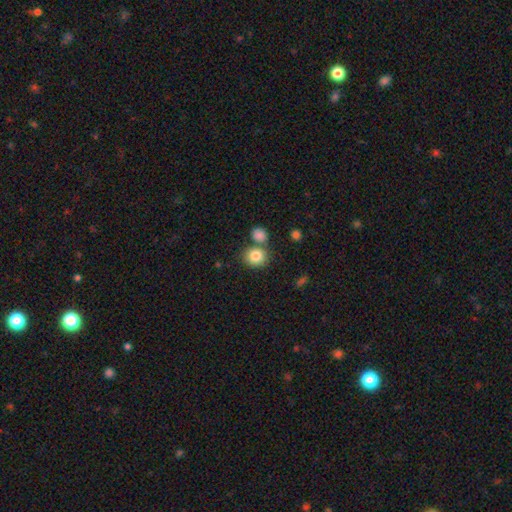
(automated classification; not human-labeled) Morphology: type=smooth (84%); roundness=round (74%); merging=none (63%).